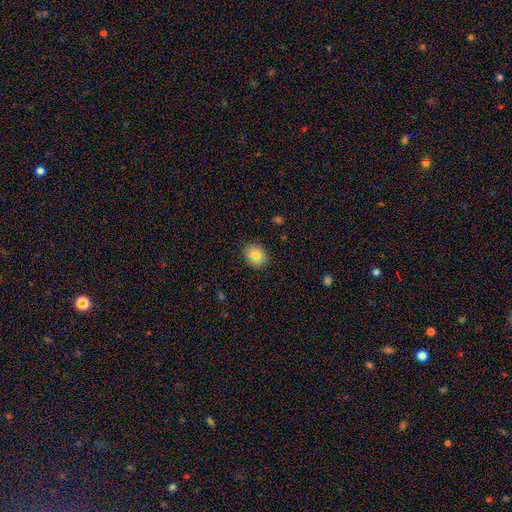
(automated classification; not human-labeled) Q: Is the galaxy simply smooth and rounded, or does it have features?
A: smooth — 80%.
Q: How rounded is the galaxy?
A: round — 50%.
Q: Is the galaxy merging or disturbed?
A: none — 87%.